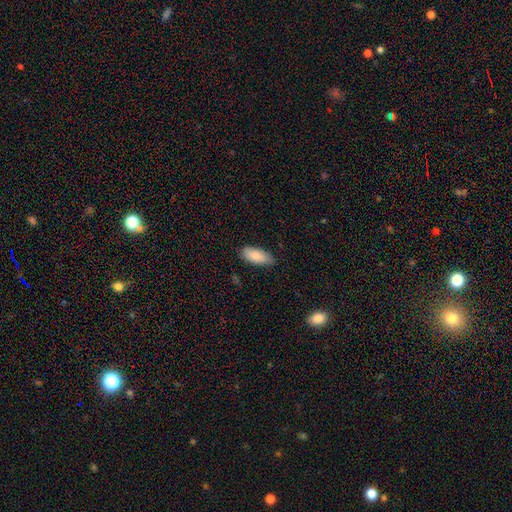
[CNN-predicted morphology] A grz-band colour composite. It shows a smooth galaxy with no disk features (83%) that is in between round and cigar-shaped (86%). Merging: none (80%).